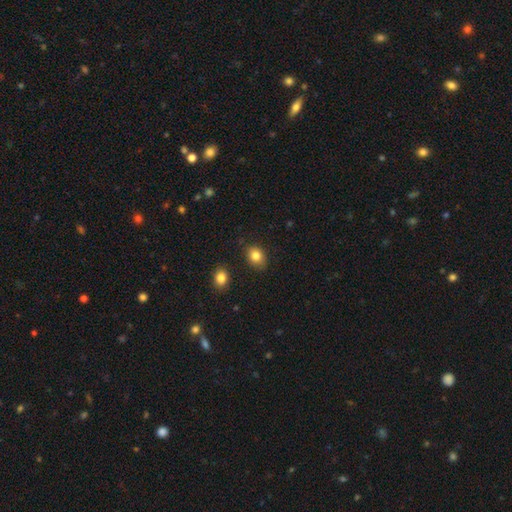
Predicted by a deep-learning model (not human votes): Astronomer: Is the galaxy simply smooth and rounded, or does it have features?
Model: smooth — 83%.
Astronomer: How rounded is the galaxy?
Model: in between — 54% (runner-up: round, 46%).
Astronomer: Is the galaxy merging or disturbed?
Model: none — 84%.